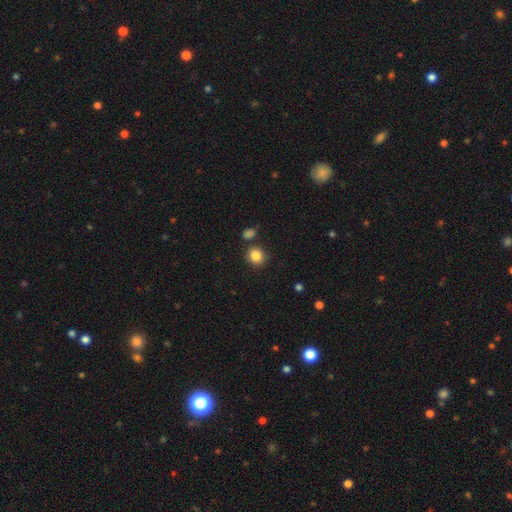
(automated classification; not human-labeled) Smooth or featured? Predicted: smooth (p=0.85). How rounded? Predicted: round (p=0.87). Merging? Predicted: none (p=0.79).